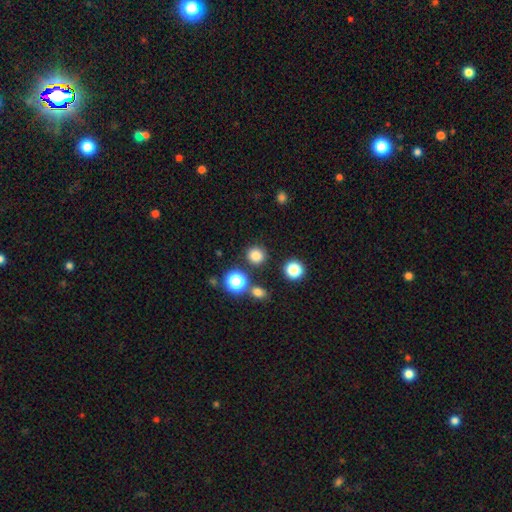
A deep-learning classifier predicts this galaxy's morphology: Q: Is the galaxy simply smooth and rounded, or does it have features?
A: smooth — 79%.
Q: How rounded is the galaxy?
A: round — 92%.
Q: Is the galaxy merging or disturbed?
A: none — 86%.